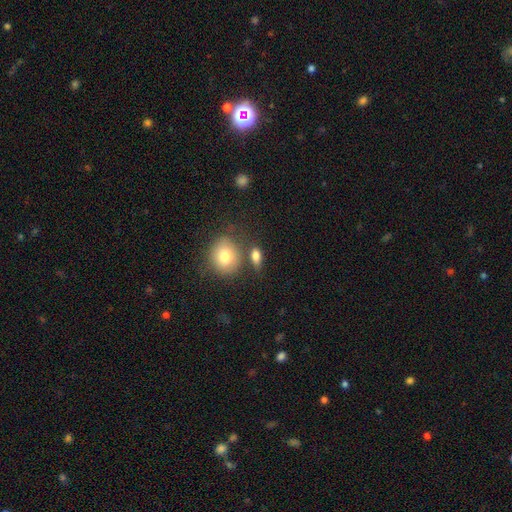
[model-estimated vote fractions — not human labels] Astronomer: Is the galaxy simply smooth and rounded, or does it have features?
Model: smooth — 79%.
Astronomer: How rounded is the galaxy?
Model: in between — 68%.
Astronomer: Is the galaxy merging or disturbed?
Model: none — 64%.